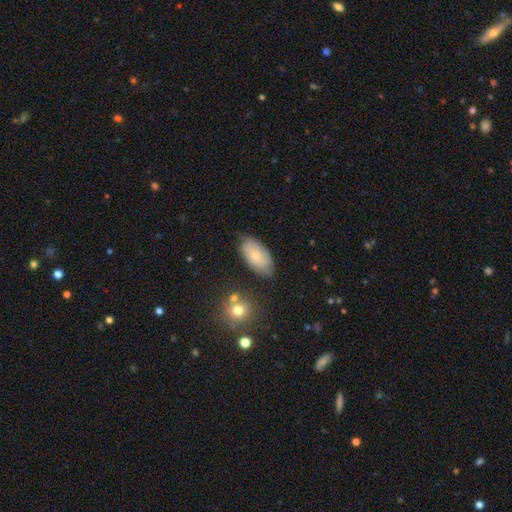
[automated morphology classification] Overall: smooth (66%; featured or disk 27%). How rounded: in between (93%). Merging: none (68%).